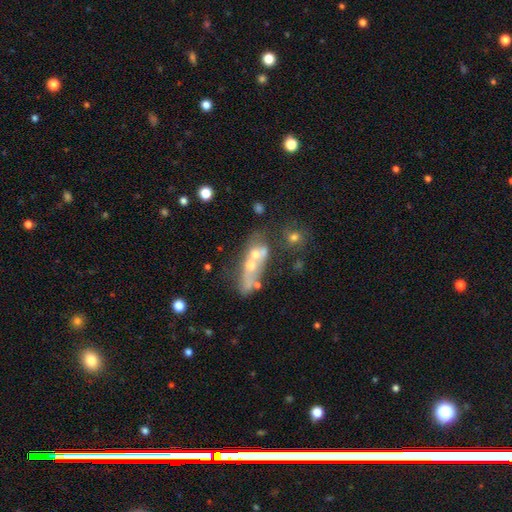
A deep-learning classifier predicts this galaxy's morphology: smooth_or_featured: featured or disk (p=0.49) [alt: smooth p=0.36]
merging: merger (p=0.52) [alt: none p=0.23]